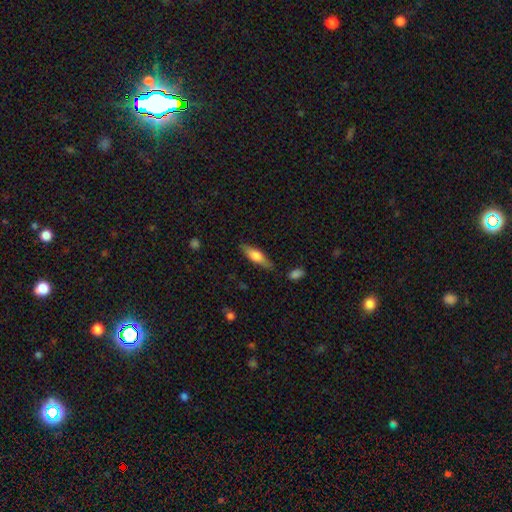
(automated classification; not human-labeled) smooth-or-featured: smooth: 55% | featured or disk: 39% | star or artifact: 6%
  how-rounded: cigar-shaped: 55% | in between: 43% | round: 3%
  merging: none: 81% | minor disturbance: 13% | major disturbance: 3% | merger: 3%